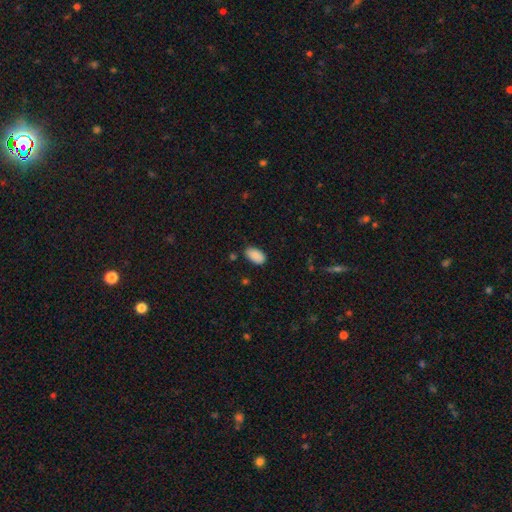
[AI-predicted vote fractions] This appears to be a smooth galaxy with no disk features (89%) that is in between round and cigar-shaped (95%). Merging: none (80%).